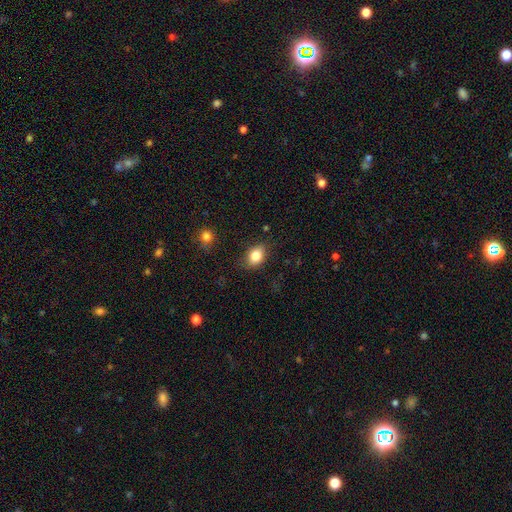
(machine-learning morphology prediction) type=smooth (83%); roundness=in between (76%); merging=none (81%).